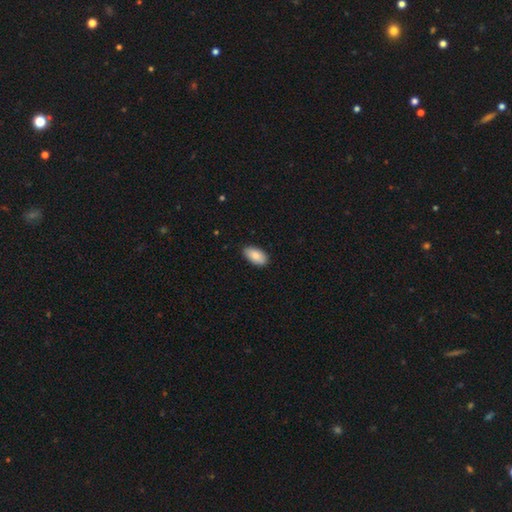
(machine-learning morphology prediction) Smooth or featured? smooth (85%)
How rounded? in between (95%)
Merging? none (86%)